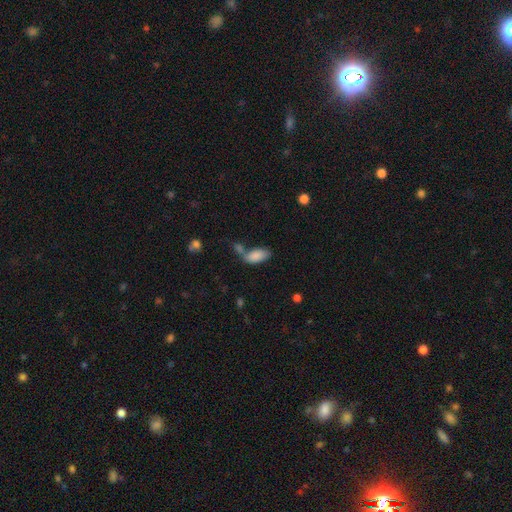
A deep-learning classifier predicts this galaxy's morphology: This is clearly a smooth galaxy (85%). How rounded: clearly in between (90%). Merging: marginally none (40%).